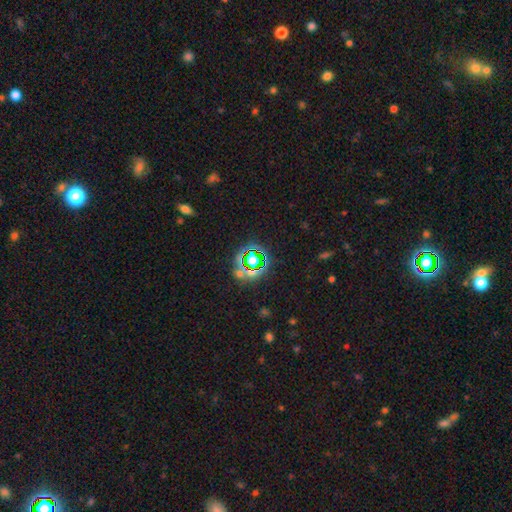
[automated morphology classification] A star or artifact, not a galaxy (69%).

Vote fractions:
- Smooth or featured? star or artifact: 69% / smooth: 20% / featured or disk: 11%